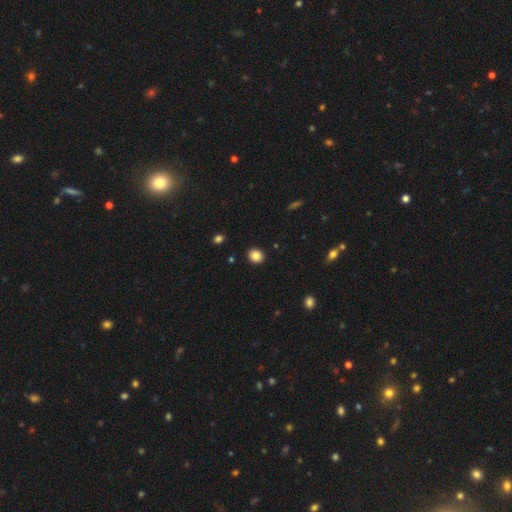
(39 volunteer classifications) Morphology: type=smooth (82%); roundness=round (84%); merging=none (97%).